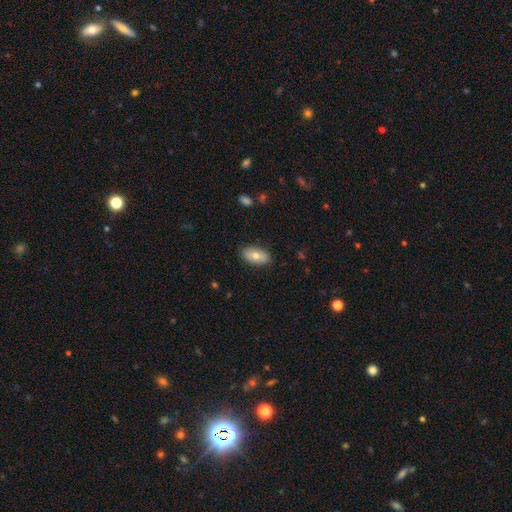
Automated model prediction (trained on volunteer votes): smooth_or_featured: smooth (p=0.72) [alt: featured or disk p=0.21]
how_rounded: in between (p=0.93) [alt: round p=0.05]
merging: none (p=0.86) [alt: minor disturbance p=0.10]